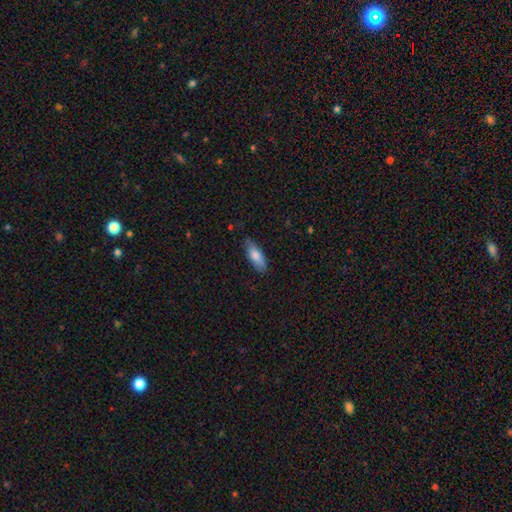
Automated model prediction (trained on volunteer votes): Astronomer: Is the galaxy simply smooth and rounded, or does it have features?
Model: smooth — 79%.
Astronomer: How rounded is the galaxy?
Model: in between — 69%.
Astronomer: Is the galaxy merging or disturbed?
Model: none — 80%.